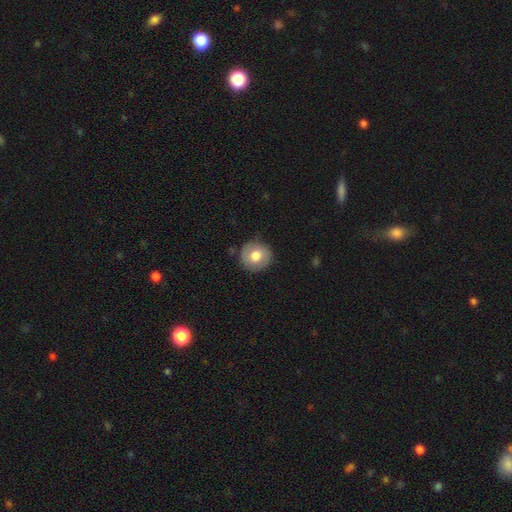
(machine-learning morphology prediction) A smooth galaxy with no disk features (69%) that is round (90%). Merging: none (84%).